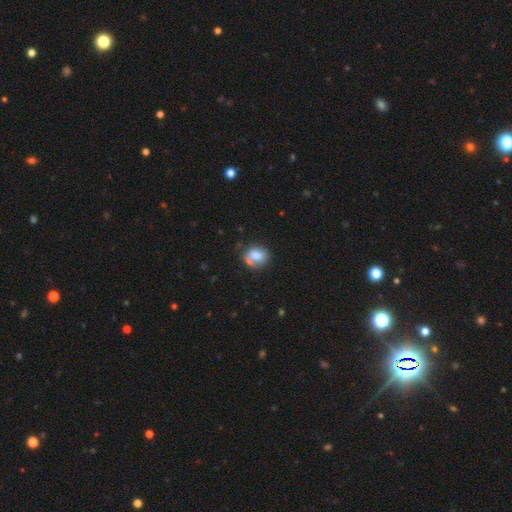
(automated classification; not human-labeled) A smooth galaxy with no disk features (68%) that is round (56%). Merging: none (52%).